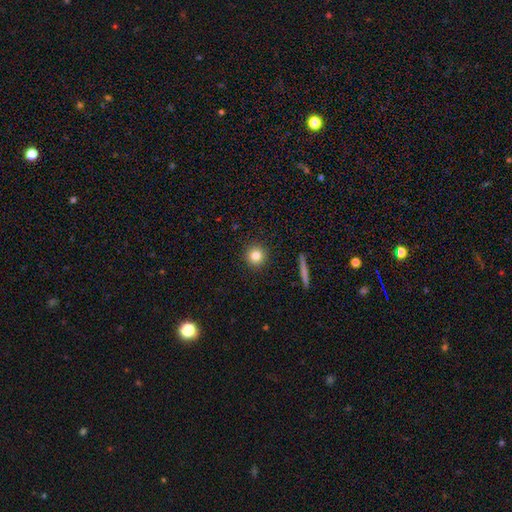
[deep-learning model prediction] Smooth or featured? Predicted: smooth (p=0.82). How rounded? Predicted: round (p=0.95). Merging? Predicted: none (p=0.92).